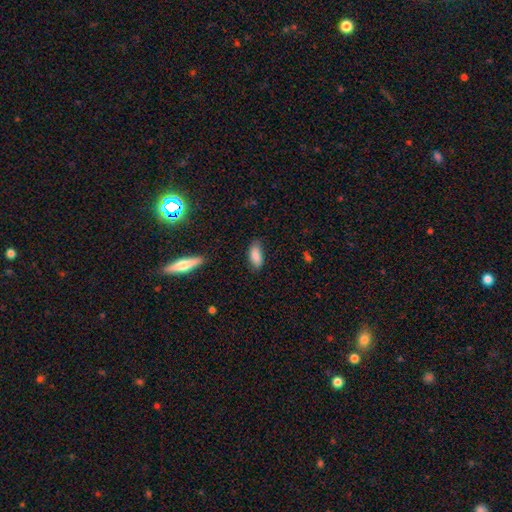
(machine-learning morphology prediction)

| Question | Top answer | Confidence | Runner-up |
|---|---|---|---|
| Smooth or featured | smooth | 85% | featured or disk (7%) |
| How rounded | in between | 88% | cigar-shaped (10%) |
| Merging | none | 73% | minor disturbance (21%) |